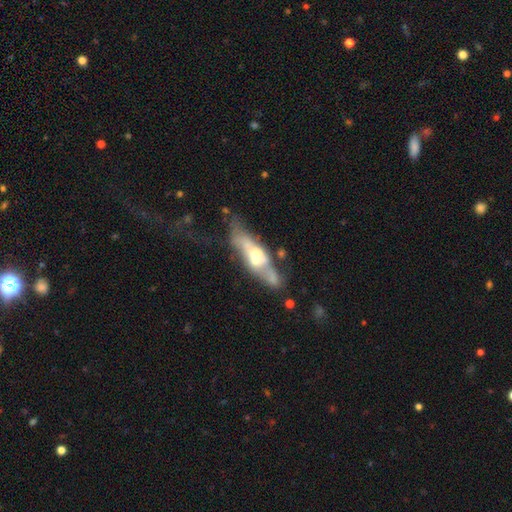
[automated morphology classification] featured or disk 61%, smooth 31%, star or artifact 7%. Down the decision tree: edge-on disk — no (54%); merging — none (34%).